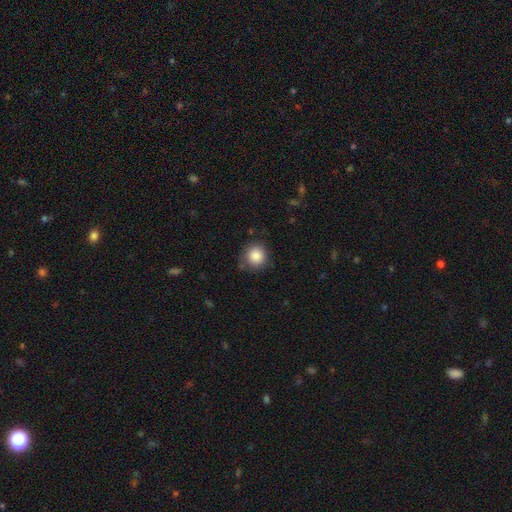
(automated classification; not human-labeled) smooth_or_featured: smooth (p=0.86) [alt: star or artifact p=0.09]
how_rounded: round (p=0.92) [alt: in between p=0.07]
merging: none (p=0.81) [alt: minor disturbance p=0.14]